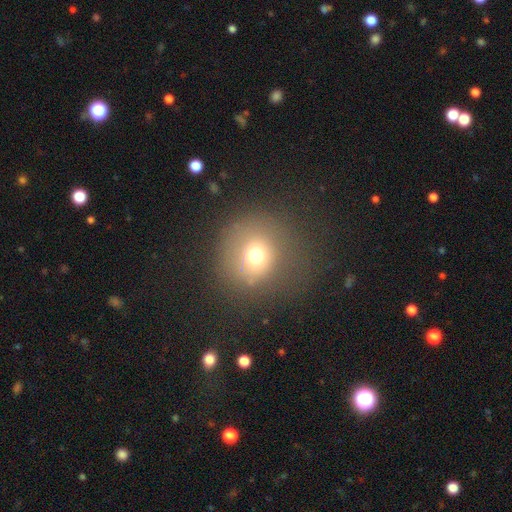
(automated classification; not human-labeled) Overall: smooth (70%). How rounded: round (89%). Merging: none (69%).